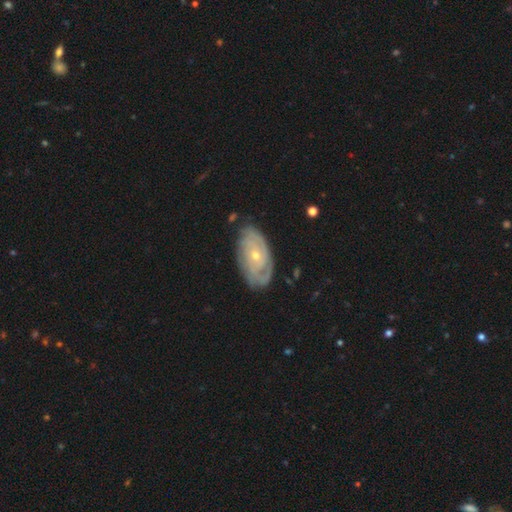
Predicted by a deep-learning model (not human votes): smooth-or-featured: featured or disk: 80% | smooth: 15% | star or artifact: 5%
  disk-edge-on: no: 94% | yes: 6%
    bar: no: 79% | weak: 17% | strong: 4%
    has-spiral-arms: yes: 90% | no: 10%
      spiral-winding: tight: 75% | medium: 19% | loose: 5%
      spiral-arm-count: can't tell: 42% | 2: 26% | 3: 15% | 4: 7% | 1: 5% | more than 4: 5%
    bulge-size: small: 65% | moderate: 32% | large: 1% | none: 1% | dominant: 1%
  merging: none: 75% | minor disturbance: 19% | major disturbance: 4% | merger: 2%